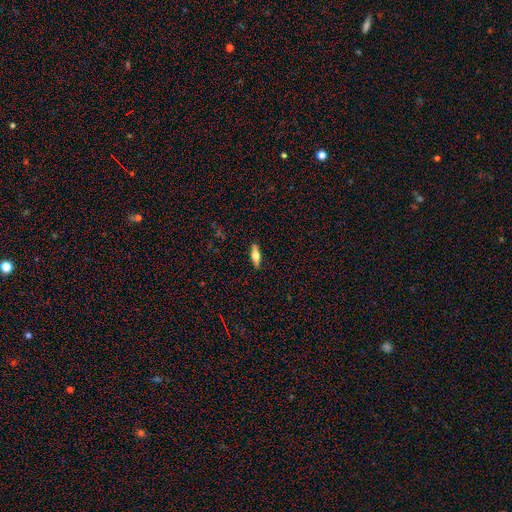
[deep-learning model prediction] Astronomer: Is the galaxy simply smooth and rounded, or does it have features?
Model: smooth — 56% (runner-up: featured or disk, 37%).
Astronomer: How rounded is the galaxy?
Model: in between — 53% (runner-up: cigar-shaped, 44%).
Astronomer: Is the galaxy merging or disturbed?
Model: none — 89%.